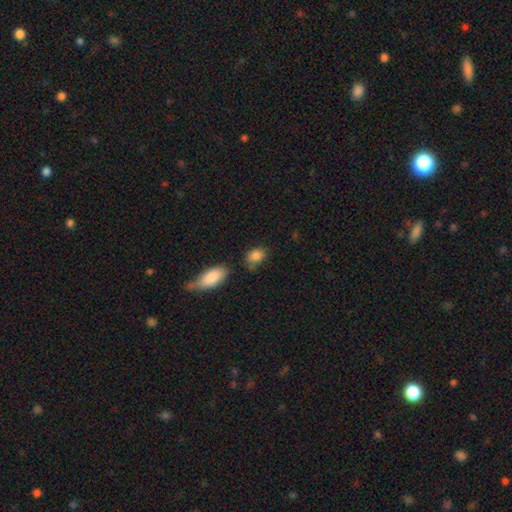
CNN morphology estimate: Q: Smooth or featured?
A: smooth (85%); runner-up: star or artifact (9%)
Q: How rounded?
A: in between (75%); runner-up: round (23%)
Q: Merging?
A: none (58%); runner-up: minor disturbance (24%)